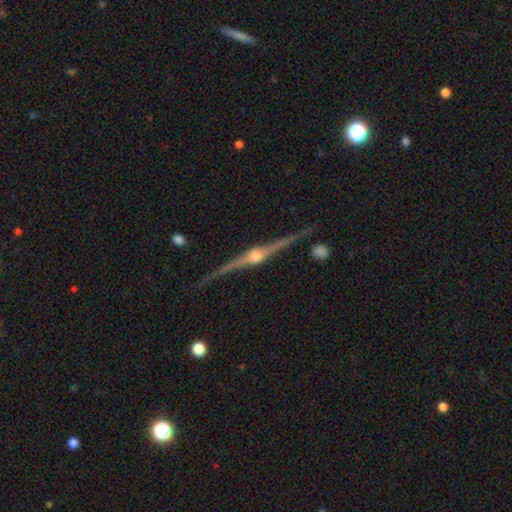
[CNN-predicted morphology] type=featured or disk (91%); edge-on=yes (98%); edge-on bulge=rounded (95%); merging=none (87%).